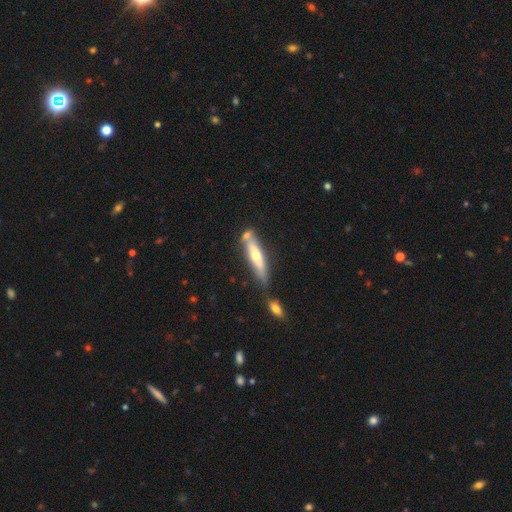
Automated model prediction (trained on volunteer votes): smooth_or_featured: featured or disk (p=0.55) [alt: smooth p=0.39]
disk_edge_on: yes (p=0.79) [alt: no p=0.21]
merging: none (p=0.65) [alt: merger p=0.16]